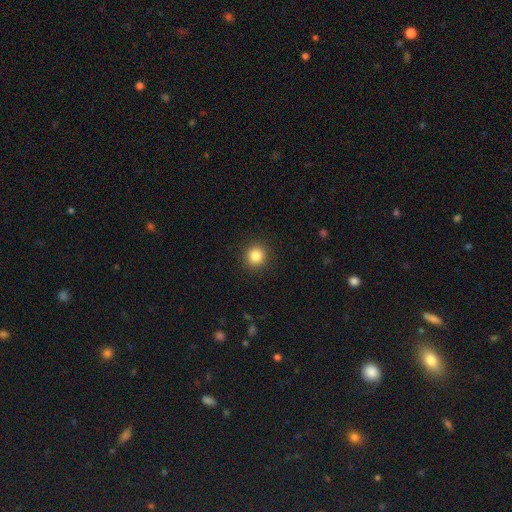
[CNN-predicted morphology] A smooth galaxy with no disk features (85%) that is round (93%).

Vote fractions:
- Smooth or featured? smooth: 85% / star or artifact: 11% / featured or disk: 4%
- How rounded? round: 93% / in between: 6% / cigar-shaped: 1%
- Merging? none: 92% / minor disturbance: 5% / major disturbance: 2% / merger: 1%